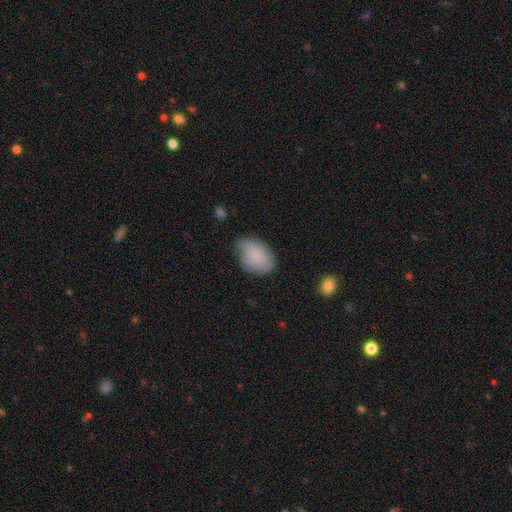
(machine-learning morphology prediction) Smooth or featured: smooth — 76% (featured or disk — 17%)
How rounded: in between — 84% (round — 15%)
Merging: none — 59% (minor disturbance — 32%)